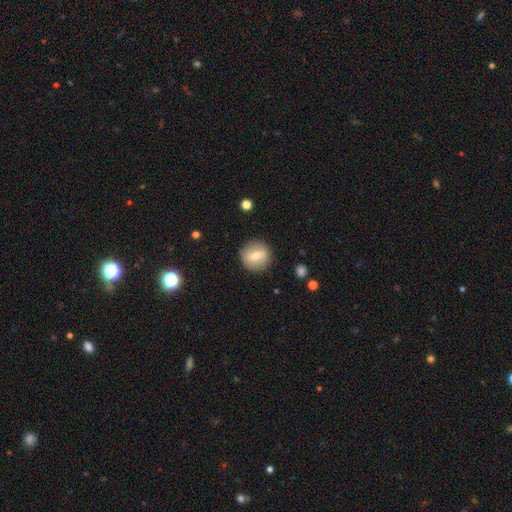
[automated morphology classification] Smooth or featured? Predicted: smooth (p=0.64). How rounded? Predicted: round (p=0.91). Merging? Predicted: none (p=0.88).